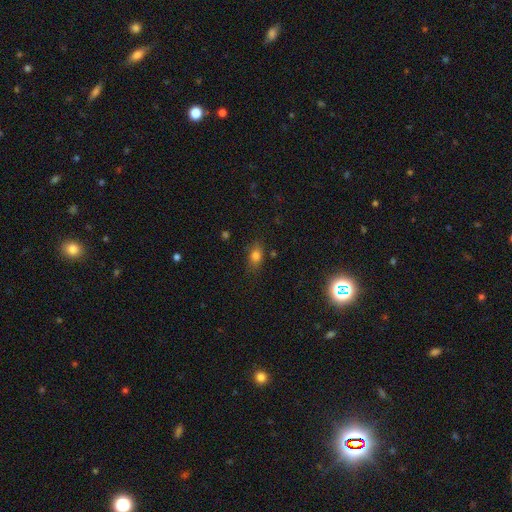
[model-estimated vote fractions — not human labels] smooth 77%, star or artifact 13%, featured or disk 9%. Down the decision tree: how rounded — in between (77%); merging — none (79%).